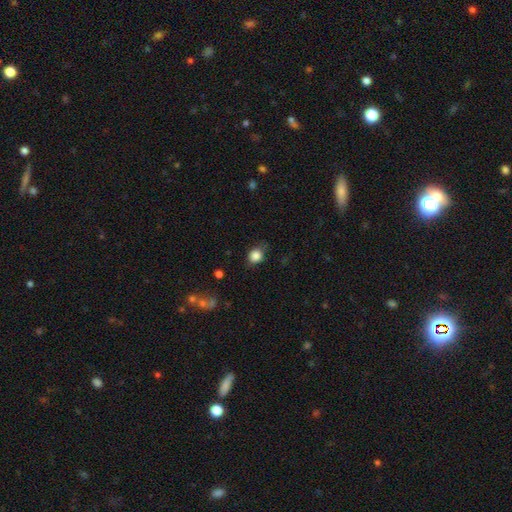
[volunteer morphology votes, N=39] A smooth galaxy with no disk features (87%) that is round (79%).

Vote fractions:
- Smooth or featured? smooth: 87% / star or artifact: 10% / featured or disk: 3%
- How rounded? round: 79% / in between: 21% / cigar-shaped: 0%
- Merging? none: 57% / minor disturbance: 34% / major disturbance: 9% / merger: 0%